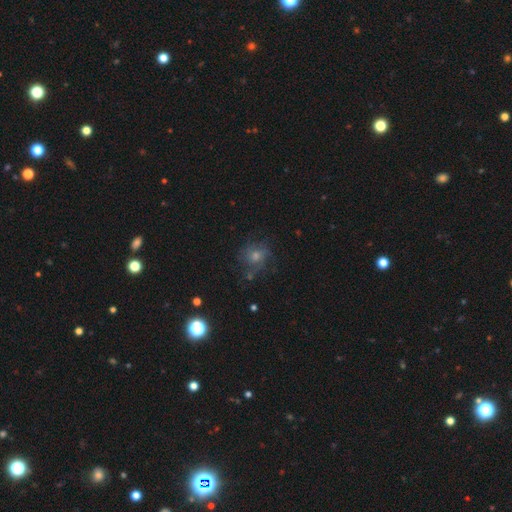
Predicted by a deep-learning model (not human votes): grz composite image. It shows a featured or disk galaxy (47%). Merging: none (60%).